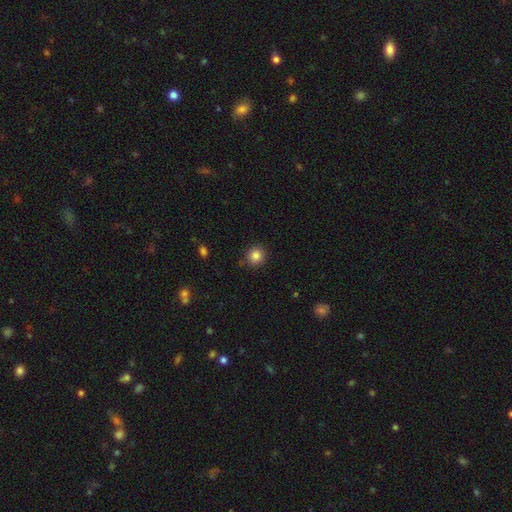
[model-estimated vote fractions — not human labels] Smooth or featured? Predicted: smooth (p=0.85). How rounded? Predicted: round (p=0.92). Merging? Predicted: none (p=0.88).